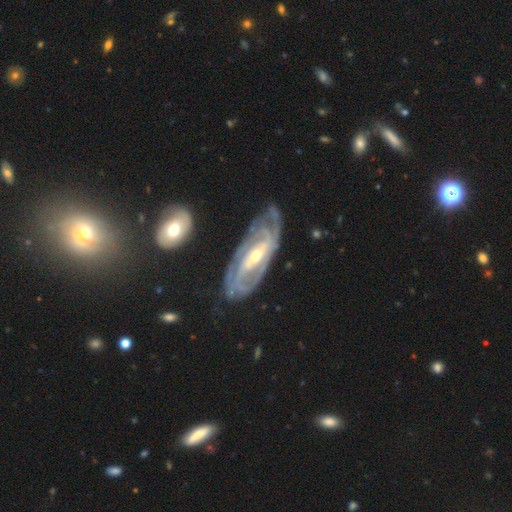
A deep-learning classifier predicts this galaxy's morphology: Smooth or featured? featured or disk (88%)
Edge-on disk? no (91%)
Bar? weak (38%)
Spiral arms? yes (94%)
Spiral winding? tight (68%)
Spiral arm count? can't tell (37%)
Bulge size? small (51%)
Merging? none (71%)